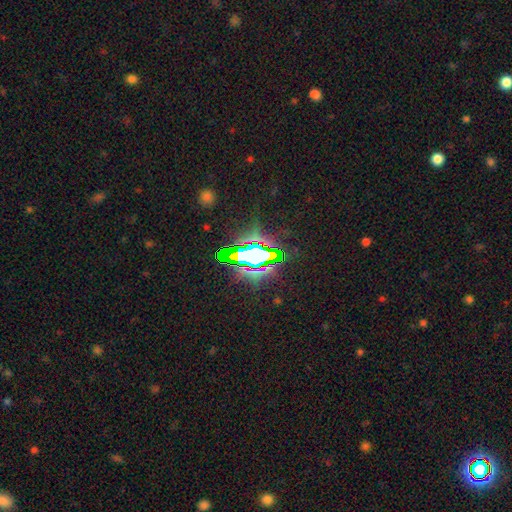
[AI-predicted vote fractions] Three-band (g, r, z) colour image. It shows a star or artifact, not a galaxy (67%).